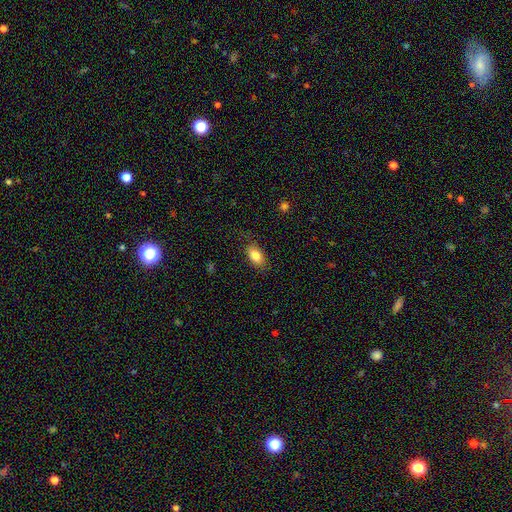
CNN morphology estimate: smooth 83%, featured or disk 10%, star or artifact 7%. Down the decision tree: how rounded — in between (90%); merging — none (77%).